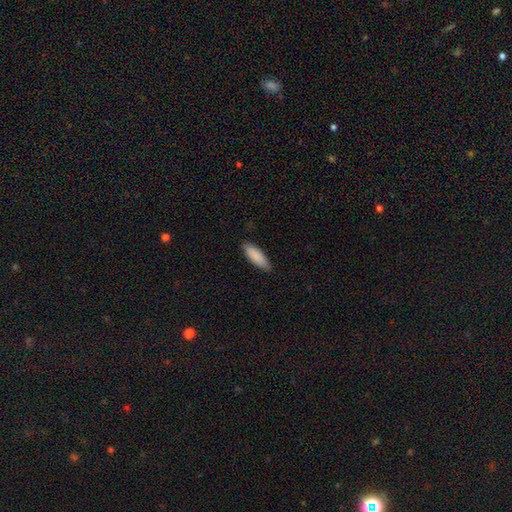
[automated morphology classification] smooth 89%, featured or disk 6%, star or artifact 6%. Down the decision tree: how rounded — in between (57%); merging — none (84%).